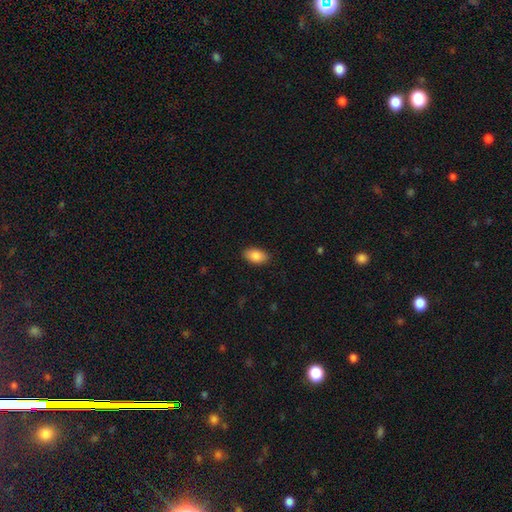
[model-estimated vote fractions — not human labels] Smooth or featured: smooth — 87% (star or artifact — 7%)
How rounded: in between — 93% (round — 5%)
Merging: none — 88% (minor disturbance — 9%)